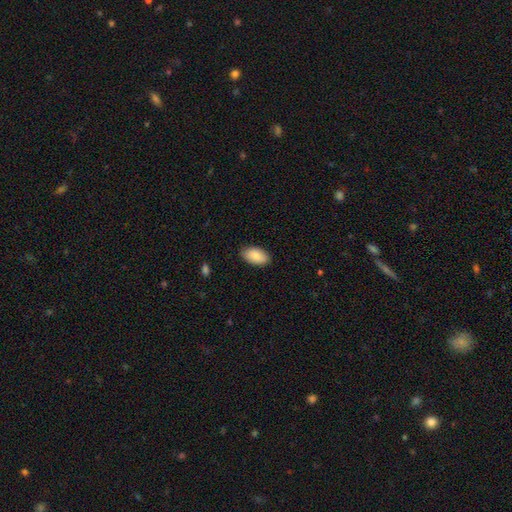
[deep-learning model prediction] smooth-or-featured: smooth: 86% | featured or disk: 8% | star or artifact: 6%
  how-rounded: in between: 95% | round: 3% | cigar-shaped: 2%
  merging: none: 87% | minor disturbance: 10% | major disturbance: 2% | merger: 1%